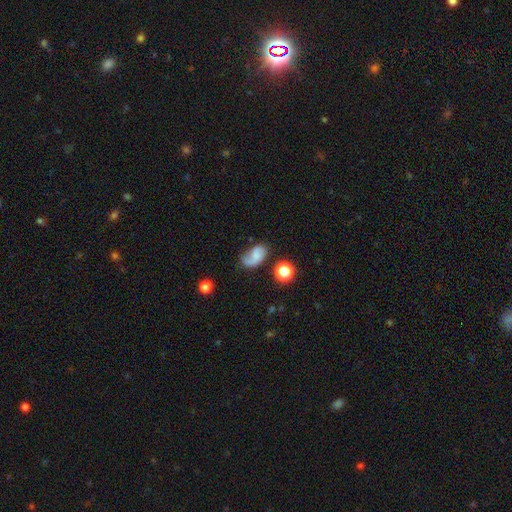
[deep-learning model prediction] A smooth galaxy with no disk features (50%) that is in between round and cigar-shaped (83%). Merging: none (44%).